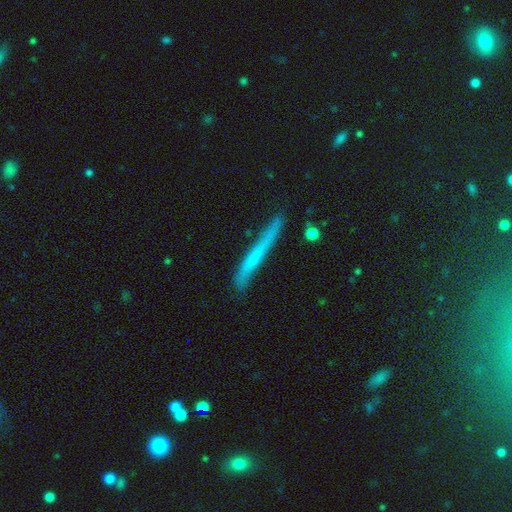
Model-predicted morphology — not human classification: Smooth or featured? Predicted: featured or disk (p=0.47). Merging? Predicted: none (p=0.72).